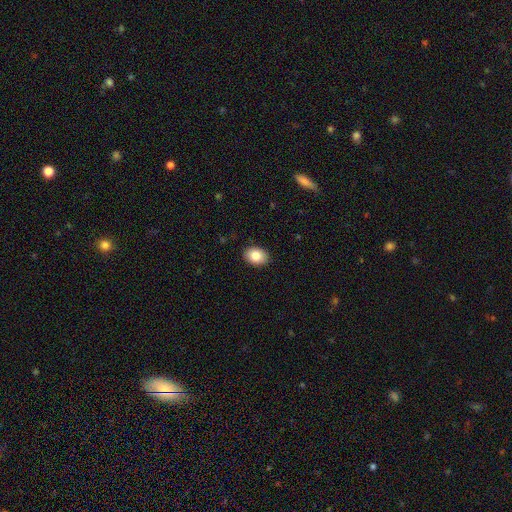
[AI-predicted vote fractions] This appears to be a smooth galaxy with no disk features (85%) that is in between round and cigar-shaped (75%). Merging: none (90%).